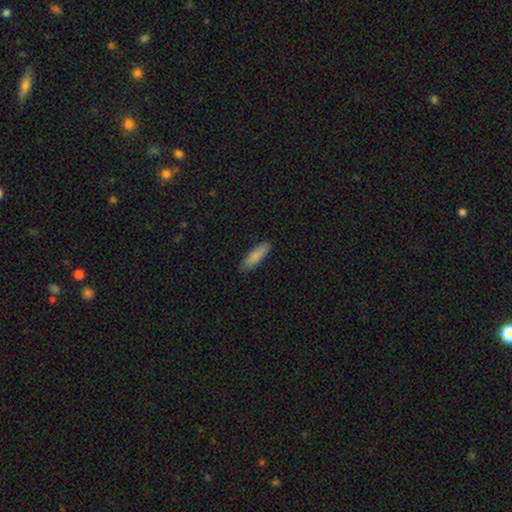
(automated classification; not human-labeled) smooth_or_featured: smooth (p=0.85) [alt: featured or disk p=0.09]
how_rounded: cigar-shaped (p=0.56) [alt: in between p=0.43]
merging: none (p=0.86) [alt: minor disturbance p=0.11]